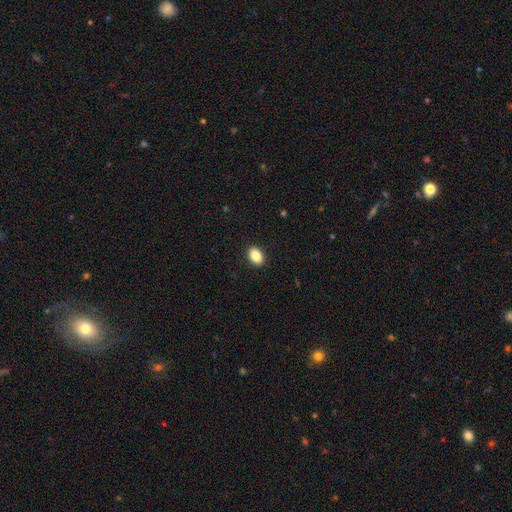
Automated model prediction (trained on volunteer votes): Morphology: type=smooth (87%); roundness=in between (86%); merging=none (90%).